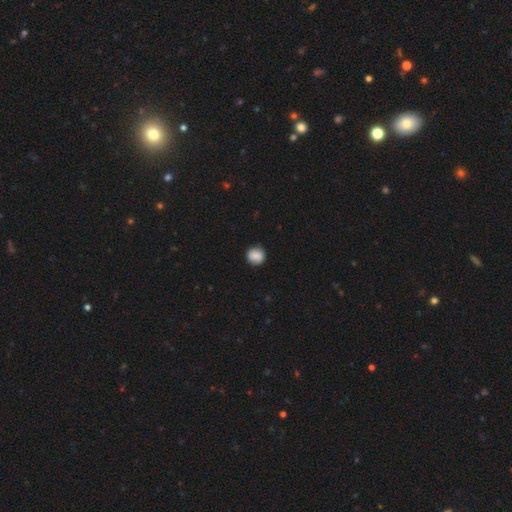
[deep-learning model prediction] Smooth or featured?
  - smooth: 87% *
  - star or artifact: 8%
  - featured or disk: 5%
How rounded?
  - round: 87% *
  - in between: 12%
  - cigar-shaped: 1%
Merging?
  - none: 88% *
  - minor disturbance: 9%
  - major disturbance: 2%
  - merger: 1%